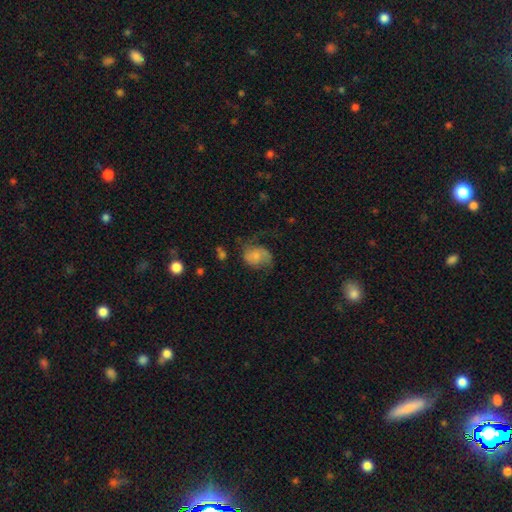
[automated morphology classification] smooth_or_featured: featured or disk (p=0.48) [alt: smooth p=0.43]
merging: none (p=0.49) [alt: minor disturbance p=0.26]